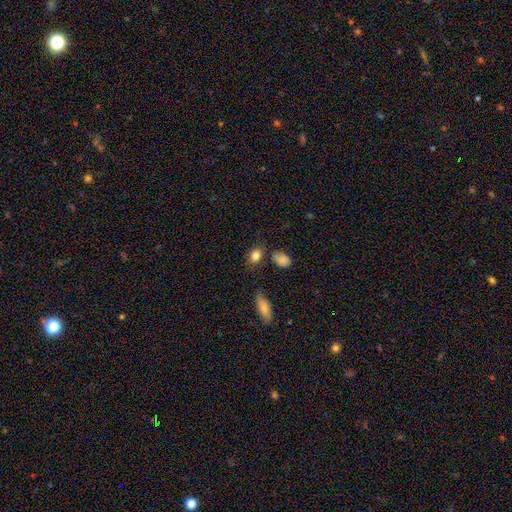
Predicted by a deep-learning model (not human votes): Smooth or featured?
  - smooth: 84% *
  - star or artifact: 9%
  - featured or disk: 7%
How rounded?
  - in between: 67% *
  - round: 31%
  - cigar-shaped: 2%
Merging?
  - none: 73% *
  - minor disturbance: 16%
  - merger: 7%
  - major disturbance: 4%